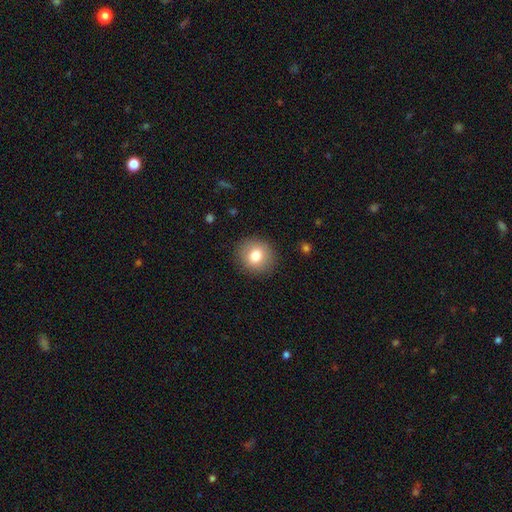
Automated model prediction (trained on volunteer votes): smooth_or_featured: smooth (p=0.79) [alt: featured or disk p=0.12]
how_rounded: round (p=0.85) [alt: in between p=0.14]
merging: none (p=0.89) [alt: minor disturbance p=0.08]